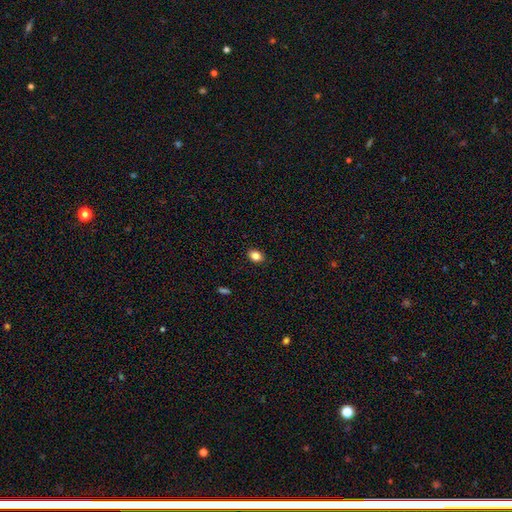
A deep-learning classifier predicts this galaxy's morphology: smooth-or-featured: smooth: 84% | star or artifact: 10% | featured or disk: 6%
  how-rounded: in between: 70% | round: 29% | cigar-shaped: 1%
  merging: none: 89% | minor disturbance: 8% | major disturbance: 2% | merger: 1%